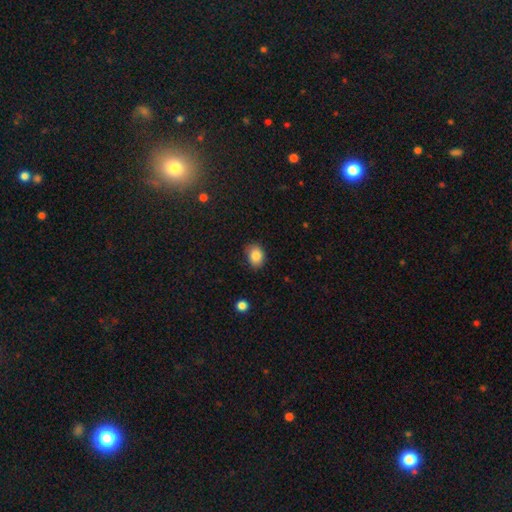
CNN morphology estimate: Smooth or featured: smooth — 85% (star or artifact — 9%)
How rounded: in between — 58% (round — 41%)
Merging: none — 77% (minor disturbance — 18%)